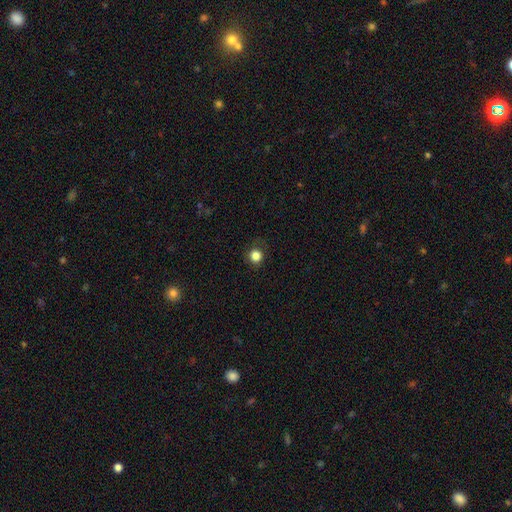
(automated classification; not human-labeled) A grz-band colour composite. It shows a smooth galaxy with no disk features (83%) that is round (90%). Merging: none (84%).